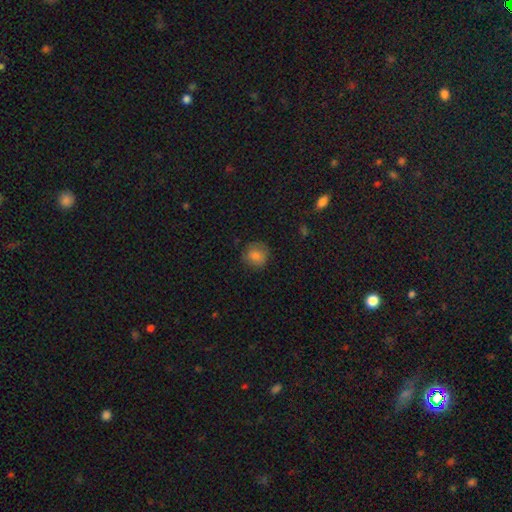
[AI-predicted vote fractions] A smooth galaxy with no disk features (79%) that is round (86%). Merging: none (80%).